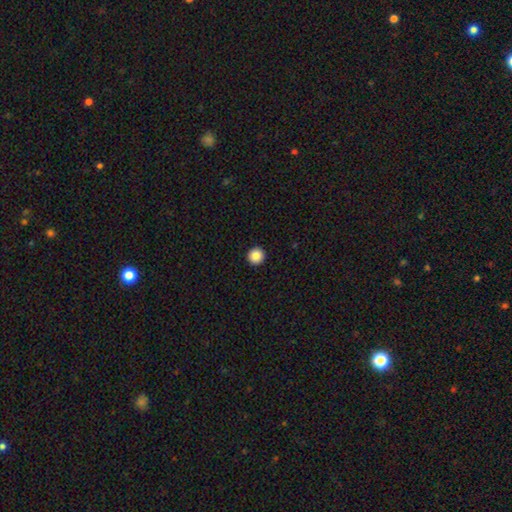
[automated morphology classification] Smooth or featured? Predicted: smooth (p=0.87). How rounded? Predicted: round (p=0.96). Merging? Predicted: none (p=0.94).